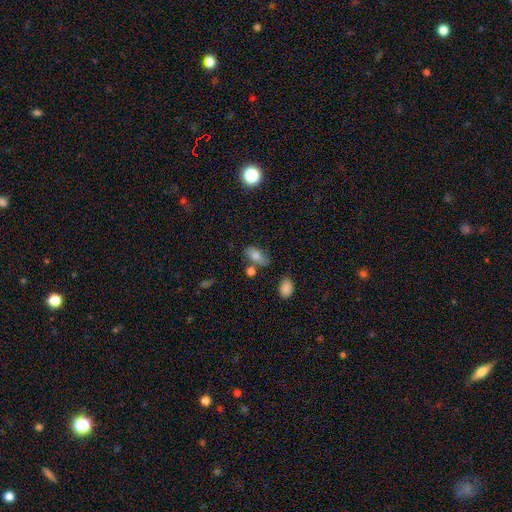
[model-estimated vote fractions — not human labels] smooth-or-featured: smooth: 77% | featured or disk: 14% | star or artifact: 10%
  how-rounded: in between: 89% | round: 6% | cigar-shaped: 5%
  merging: none: 60% | minor disturbance: 21% | merger: 13% | major disturbance: 6%